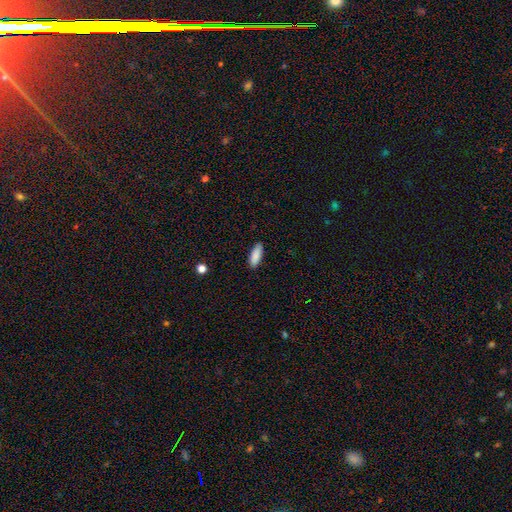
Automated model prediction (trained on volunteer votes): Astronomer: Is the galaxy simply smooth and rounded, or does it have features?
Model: smooth — 89%.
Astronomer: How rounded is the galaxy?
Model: in between — 64%.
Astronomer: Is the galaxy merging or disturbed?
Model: none — 87%.